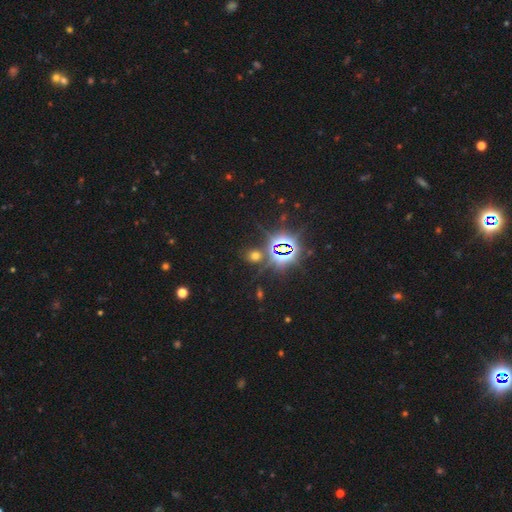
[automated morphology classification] This is possibly a star or artifact rather than a galaxy (51%).